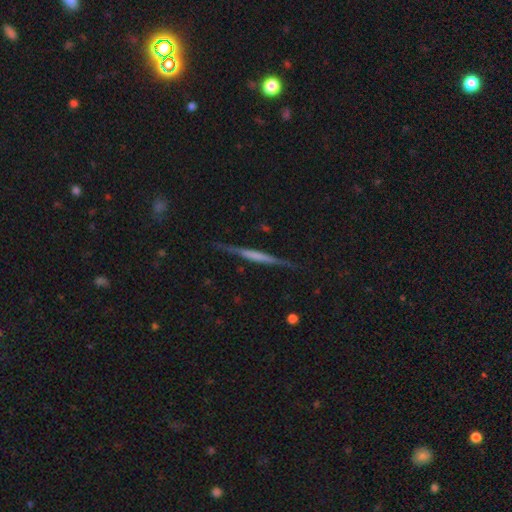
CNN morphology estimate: Smooth or featured? featured or disk (67%)
Edge-on disk? yes (97%)
Edge-on bulge? none (50%)
Merging? none (85%)